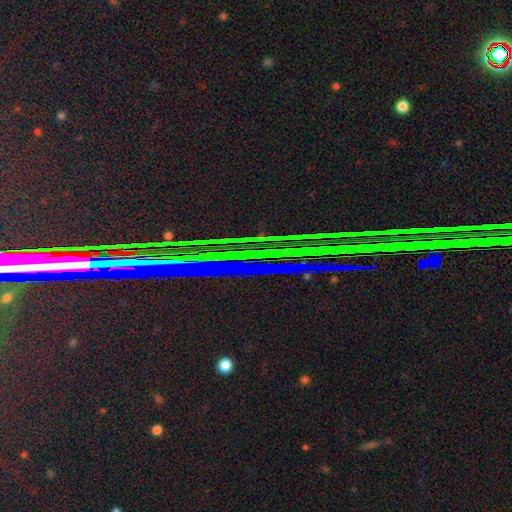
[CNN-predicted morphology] Smooth or featured? Predicted: star or artifact (p=0.80).